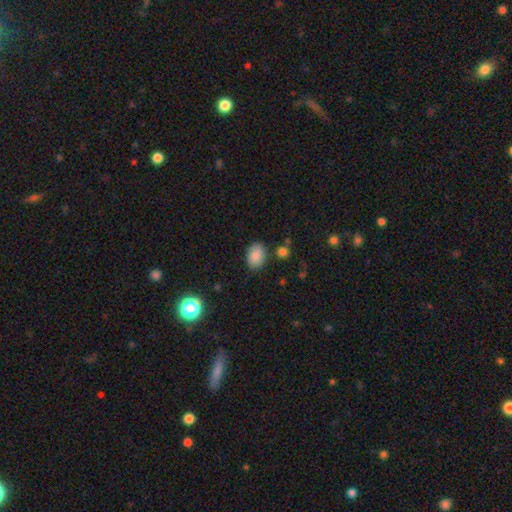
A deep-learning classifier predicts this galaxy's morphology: Overall: smooth (86%). How rounded: in between (78%). Merging: none (81%).